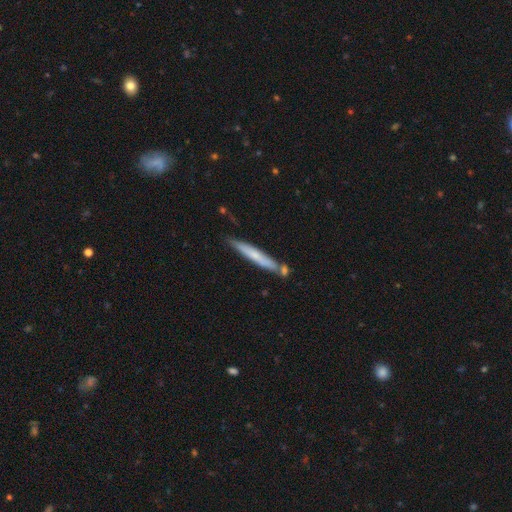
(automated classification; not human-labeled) Smooth or featured? Predicted: smooth (p=0.53). How rounded? Predicted: cigar-shaped (p=0.95). Merging? Predicted: none (p=0.71).